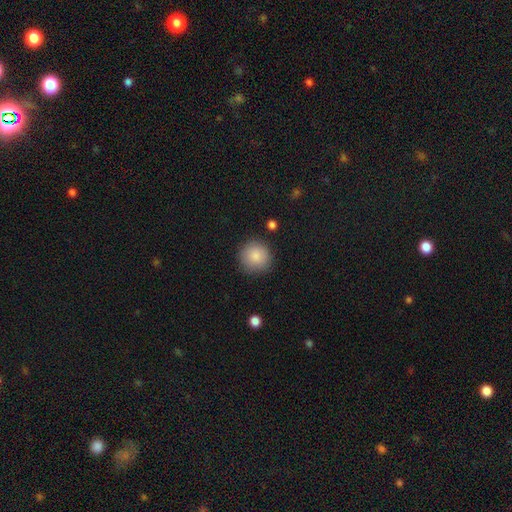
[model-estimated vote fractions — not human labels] Morphology: type=smooth (87%); roundness=round (93%); merging=none (87%).